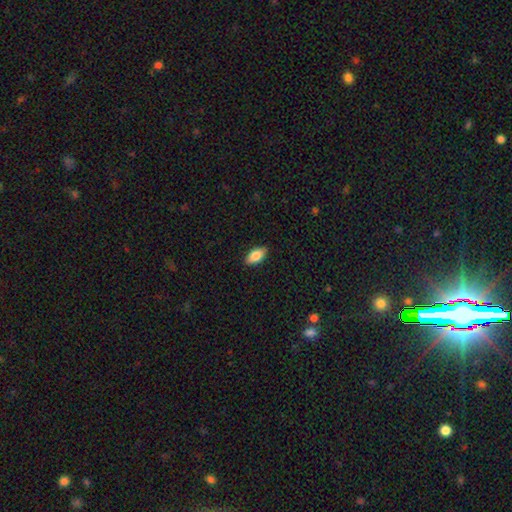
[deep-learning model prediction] smooth-or-featured: smooth: 82% | featured or disk: 12% | star or artifact: 7%
  how-rounded: in between: 89% | cigar-shaped: 8% | round: 3%
  merging: none: 89% | minor disturbance: 8% | major disturbance: 2% | merger: 1%